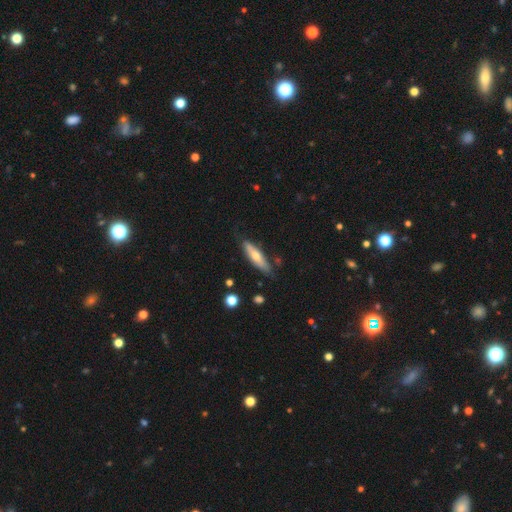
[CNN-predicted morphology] Smooth or featured?
  - smooth: 56% *
  - featured or disk: 38%
  - star or artifact: 6%
How rounded?
  - cigar-shaped: 70% *
  - in between: 28%
  - round: 2%
Merging?
  - none: 75% *
  - minor disturbance: 18%
  - major disturbance: 3%
  - merger: 3%